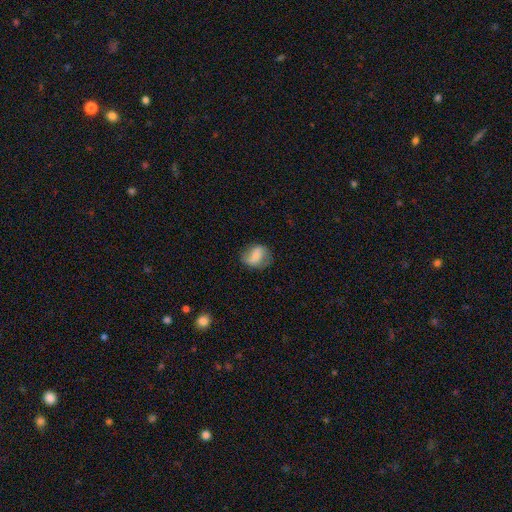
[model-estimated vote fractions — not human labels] The model was most divided on "how rounded": in between: 58%, round: 39%, cigar-shaped: 2%. More confident: smooth or featured — smooth (64%); merging — none (61%).